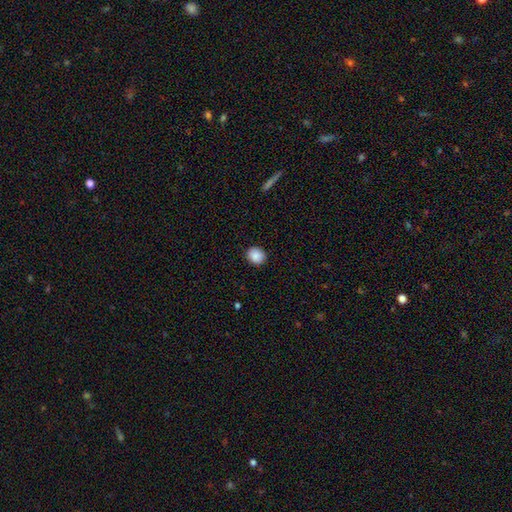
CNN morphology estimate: smooth-or-featured: smooth: 89% | star or artifact: 8% | featured or disk: 3%
  how-rounded: round: 73% | in between: 26% | cigar-shaped: 1%
  merging: none: 90% | minor disturbance: 7% | major disturbance: 2% | merger: 1%